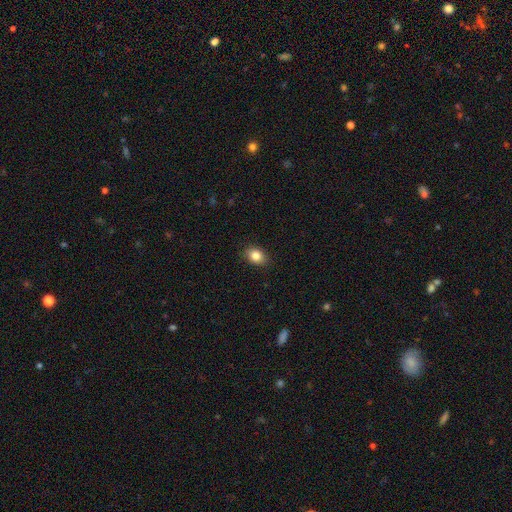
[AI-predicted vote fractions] Smooth or featured: smooth — 84% (star or artifact — 9%)
How rounded: in between — 66% (round — 33%)
Merging: none — 89% (minor disturbance — 8%)